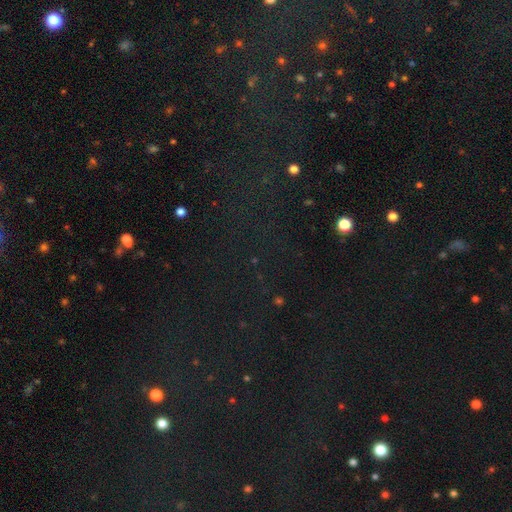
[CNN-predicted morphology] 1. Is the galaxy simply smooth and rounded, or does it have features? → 75% star or artifact, 16% smooth, 9% featured or disk.